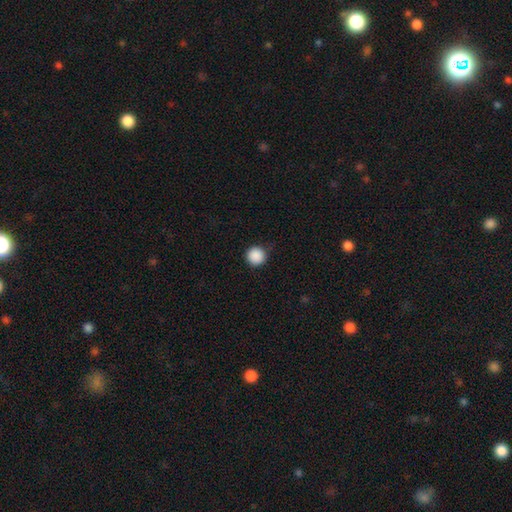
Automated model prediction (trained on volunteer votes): The model was most divided on "smooth or featured": smooth: 89%, star or artifact: 9%, featured or disk: 2%. More confident: how rounded — round (96%); merging — none (90%).